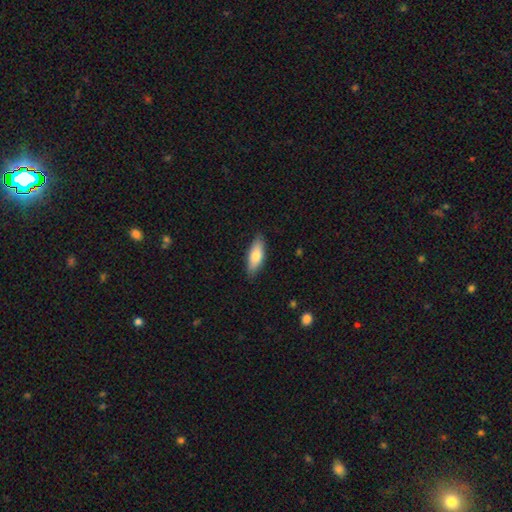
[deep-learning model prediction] A smooth galaxy with no disk features (76%) that is in between round and cigar-shaped (69%).

Vote fractions:
- Smooth or featured? smooth: 76% / featured or disk: 18% / star or artifact: 6%
- How rounded? in between: 69% / cigar-shaped: 29% / round: 2%
- Merging? none: 84% / minor disturbance: 12% / major disturbance: 2% / merger: 1%